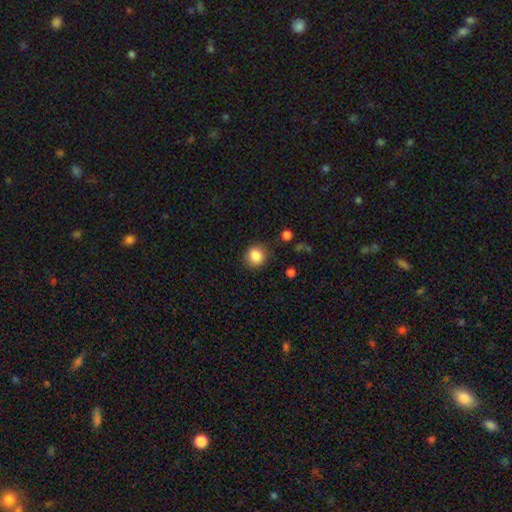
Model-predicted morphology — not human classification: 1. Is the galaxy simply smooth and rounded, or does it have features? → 86% smooth, 10% star or artifact, 4% featured or disk.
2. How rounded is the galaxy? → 85% round, 14% in between, 1% cigar-shaped.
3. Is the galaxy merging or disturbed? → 83% none, 11% minor disturbance, 3% major disturbance, 2% merger.